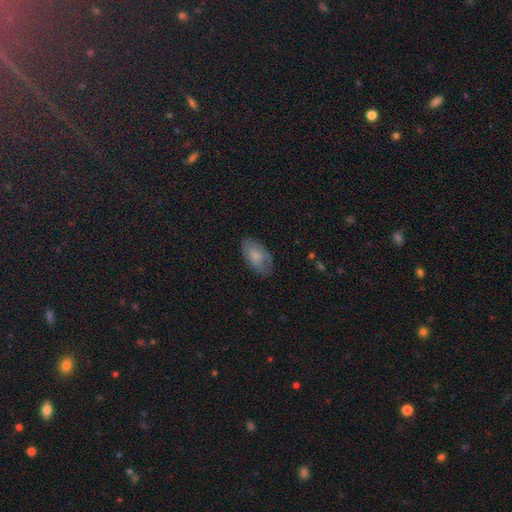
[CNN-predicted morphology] A smooth galaxy with no disk features (70%) that is in between round and cigar-shaped (93%).

Vote fractions:
- Smooth or featured? smooth: 70% / featured or disk: 23% / star or artifact: 7%
- How rounded? in between: 93% / round: 4% / cigar-shaped: 2%
- Merging? none: 71% / minor disturbance: 22% / major disturbance: 6% / merger: 1%